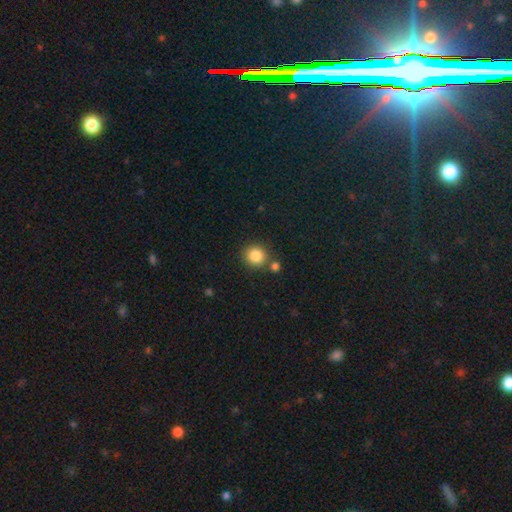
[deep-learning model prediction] Smooth or featured? Predicted: smooth (p=0.86). How rounded? Predicted: round (p=0.88). Merging? Predicted: none (p=0.75).